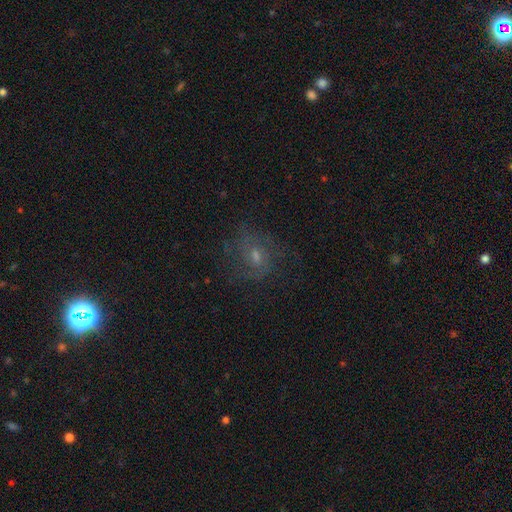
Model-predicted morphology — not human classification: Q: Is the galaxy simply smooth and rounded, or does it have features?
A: featured or disk — 57%.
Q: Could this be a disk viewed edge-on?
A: no — 97%.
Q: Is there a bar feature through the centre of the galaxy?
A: no — 50%.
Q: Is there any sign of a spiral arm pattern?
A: yes — 79%.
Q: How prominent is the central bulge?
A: moderate — 46%.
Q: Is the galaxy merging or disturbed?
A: none — 64%.